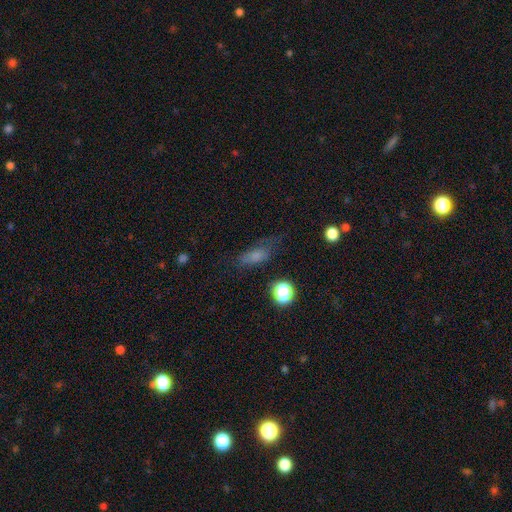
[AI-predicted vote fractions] A smooth galaxy with no disk features (67%) that is in between round and cigar-shaped (66%). Merging: none (56%).